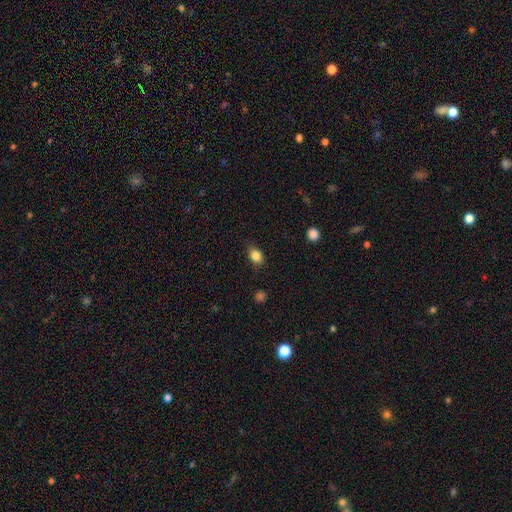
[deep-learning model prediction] Smooth or featured? Predicted: smooth (p=0.84). How rounded? Predicted: in between (p=0.72). Merging? Predicted: none (p=0.81).